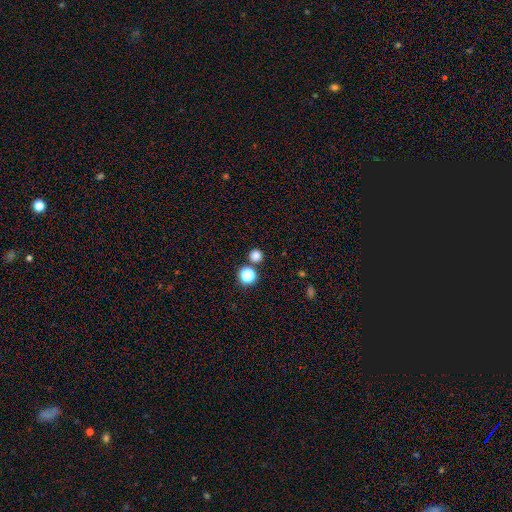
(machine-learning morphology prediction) A smooth galaxy with no disk features (78%) that is round (94%). Merging: none (82%).